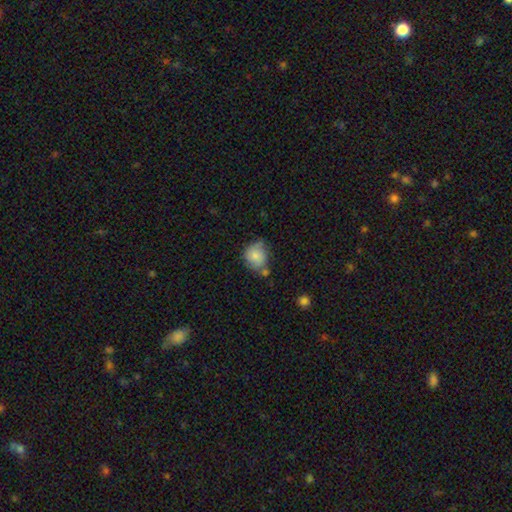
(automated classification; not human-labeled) smooth 68%, featured or disk 24%, star or artifact 8%. Down the decision tree: how rounded — round (69%); merging — none (44%).